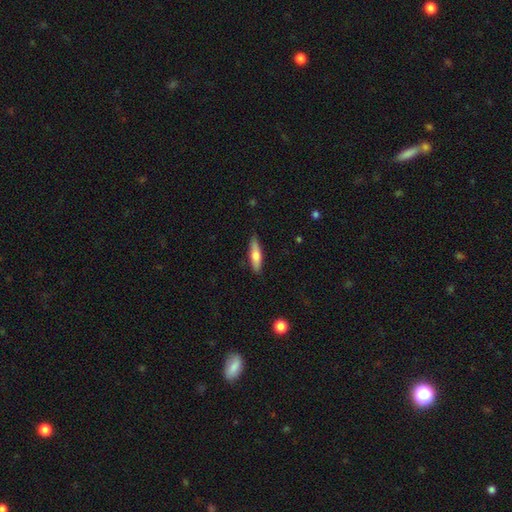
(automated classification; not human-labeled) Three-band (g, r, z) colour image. It shows a smooth galaxy with no disk features (66%) that is cigar-shaped (70%). Merging: none (86%).